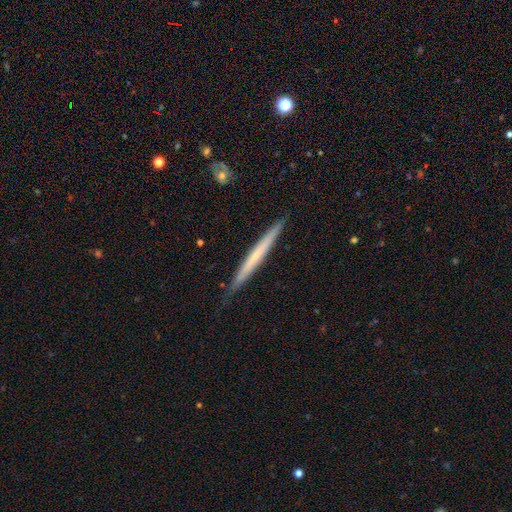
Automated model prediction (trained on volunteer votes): Q: Smooth or featured?
A: featured or disk (53%); runner-up: smooth (41%)
Q: Edge-on disk?
A: yes (96%); runner-up: no (4%)
Q: Edge-on bulge?
A: none (75%); runner-up: rounded (22%)
Q: Merging?
A: none (86%); runner-up: minor disturbance (11%)